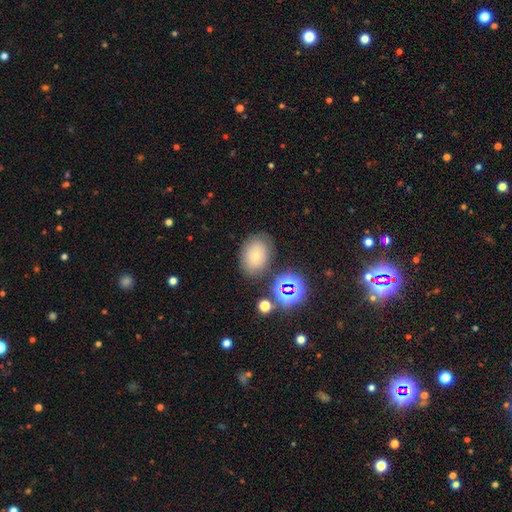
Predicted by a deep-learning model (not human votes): A smooth galaxy with no disk features (69%) that is in between round and cigar-shaped (72%).

Vote fractions:
- Smooth or featured? smooth: 69% / featured or disk: 16% / star or artifact: 15%
- How rounded? in between: 72% / round: 27% / cigar-shaped: 1%
- Merging? none: 77% / minor disturbance: 14% / merger: 5% / major disturbance: 4%